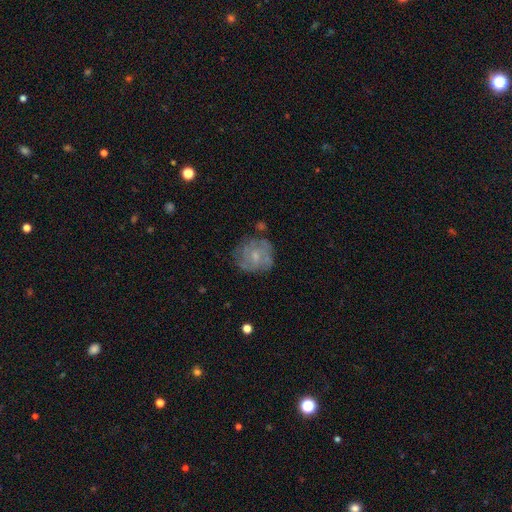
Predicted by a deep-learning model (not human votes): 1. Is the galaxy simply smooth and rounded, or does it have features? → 56% featured or disk, 36% smooth, 8% star or artifact.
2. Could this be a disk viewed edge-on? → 98% no, 2% yes.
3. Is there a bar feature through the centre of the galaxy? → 72% no, 24% weak, 3% strong.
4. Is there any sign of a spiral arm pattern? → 61% yes, 39% no.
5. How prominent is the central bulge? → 55% small, 34% moderate, 8% none, 2% large, 1% dominant.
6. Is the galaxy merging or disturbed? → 65% none, 22% minor disturbance, 10% major disturbance, 3% merger.